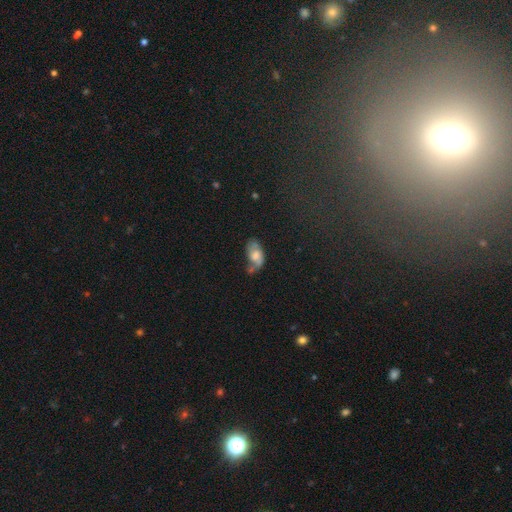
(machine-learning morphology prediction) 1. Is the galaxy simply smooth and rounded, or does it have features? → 46% smooth, 44% featured or disk, 10% star or artifact.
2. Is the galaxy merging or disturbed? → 32% none, 30% minor disturbance, 24% major disturbance, 14% merger.